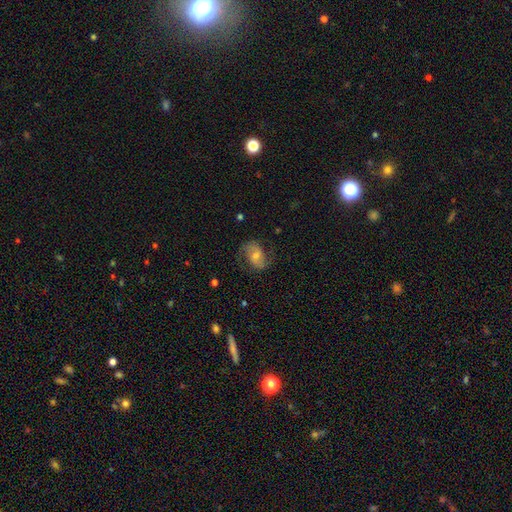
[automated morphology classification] Smooth or featured?
  - featured or disk: 74% *
  - smooth: 17%
  - star or artifact: 10%
Edge-on disk?
  - no: 97% *
  - yes: 3%
Bar?
  - no: 45% *
  - weak: 42%
  - strong: 14%
Spiral arms?
  - yes: 93% *
  - no: 7%
Spiral winding?
  - medium: 47% *
  - loose: 36%
  - tight: 17%
Spiral arm count?
  - 2: 88% *
  - can't tell: 6%
  - 1: 2%
  - 3: 1%
  - 4: 1%
  - more than 4: 1%
Bulge size?
  - moderate: 50% *
  - small: 40%
  - large: 5%
  - none: 4%
  - dominant: 1%
Merging?
  - none: 75% *
  - minor disturbance: 15%
  - major disturbance: 8%
  - merger: 1%